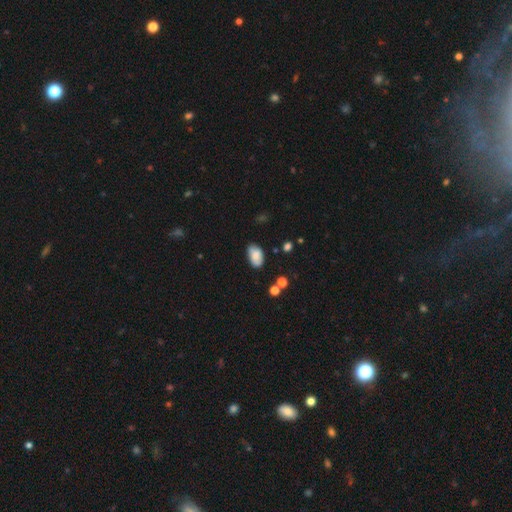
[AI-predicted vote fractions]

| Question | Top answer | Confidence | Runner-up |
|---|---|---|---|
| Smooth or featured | smooth | 82% | featured or disk (10%) |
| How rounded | in between | 91% | round (7%) |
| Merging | none | 71% | minor disturbance (21%) |